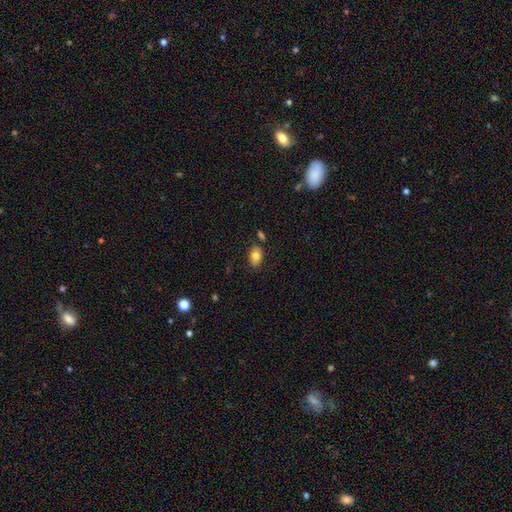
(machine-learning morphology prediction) Q: Smooth or featured?
A: smooth (81%); runner-up: featured or disk (11%)
Q: How rounded?
A: in between (78%); runner-up: round (20%)
Q: Merging?
A: none (75%); runner-up: minor disturbance (15%)